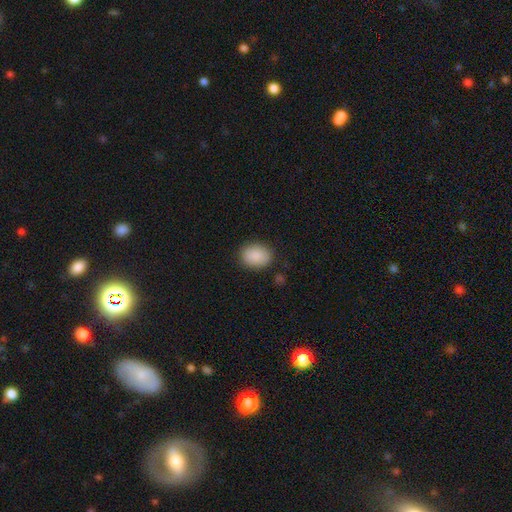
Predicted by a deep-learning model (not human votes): This is clearly a smooth galaxy (89%). How rounded: possibly in between (58%). Merging: clearly none (85%).